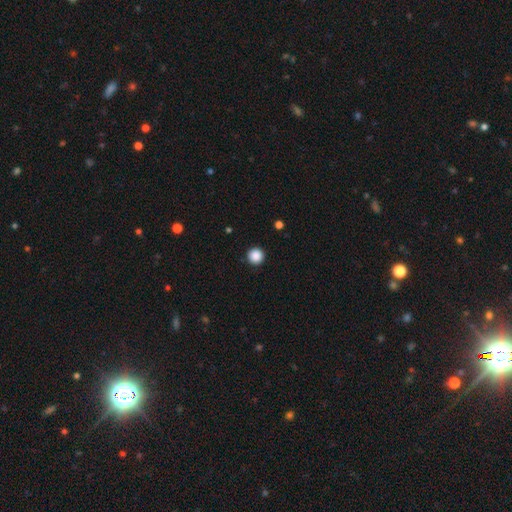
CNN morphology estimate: The model was most divided on "smooth or featured": smooth: 88%, star or artifact: 10%, featured or disk: 2%. More confident: how rounded — round (97%); merging — none (93%).